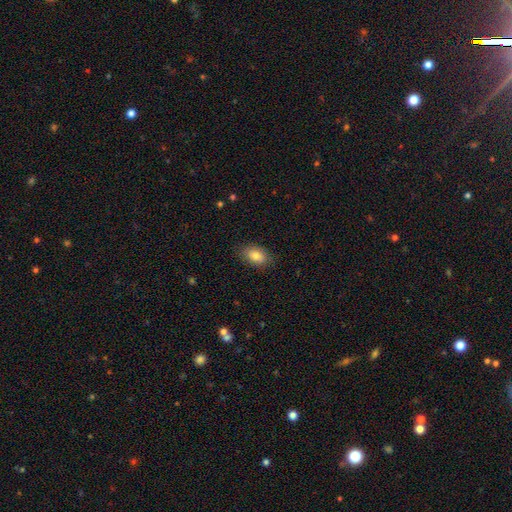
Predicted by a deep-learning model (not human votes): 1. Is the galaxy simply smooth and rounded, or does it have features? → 83% smooth, 9% featured or disk, 7% star or artifact.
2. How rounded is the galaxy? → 89% in between, 9% round, 2% cigar-shaped.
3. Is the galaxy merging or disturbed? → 83% none, 12% minor disturbance, 3% major disturbance, 1% merger.